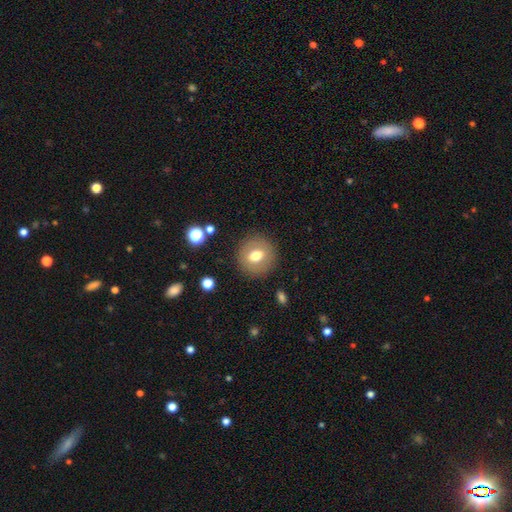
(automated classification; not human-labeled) Smooth or featured? Predicted: smooth (p=0.68). How rounded? Predicted: round (p=0.84). Merging? Predicted: none (p=0.87).